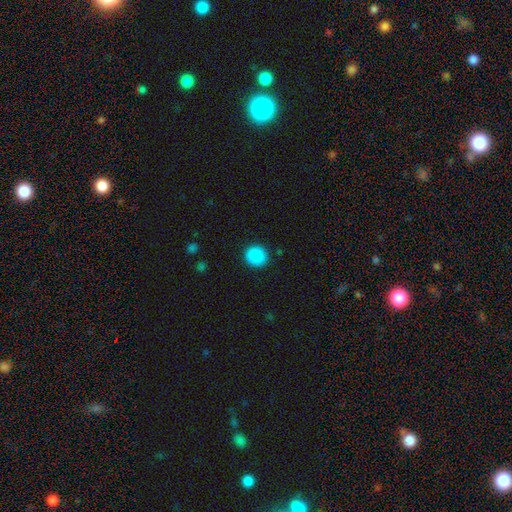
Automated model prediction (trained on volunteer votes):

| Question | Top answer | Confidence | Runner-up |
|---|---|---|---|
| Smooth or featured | smooth | 89% | star or artifact (8%) |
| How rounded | round | 88% | in between (11%) |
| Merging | none | 90% | minor disturbance (7%) |